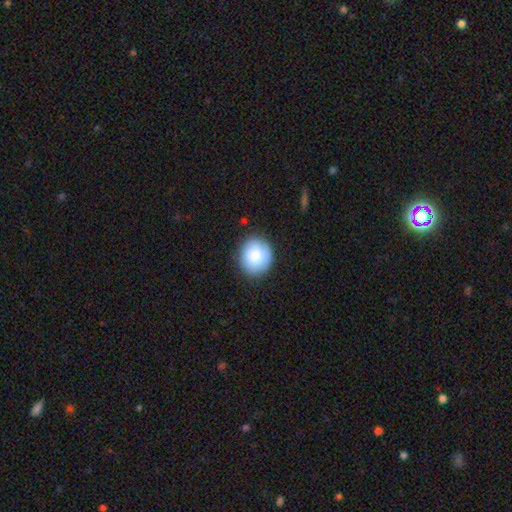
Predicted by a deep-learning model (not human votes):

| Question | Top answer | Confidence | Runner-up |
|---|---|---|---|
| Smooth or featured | smooth | 83% | featured or disk (10%) |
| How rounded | round | 80% | in between (19%) |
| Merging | none | 84% | minor disturbance (12%) |